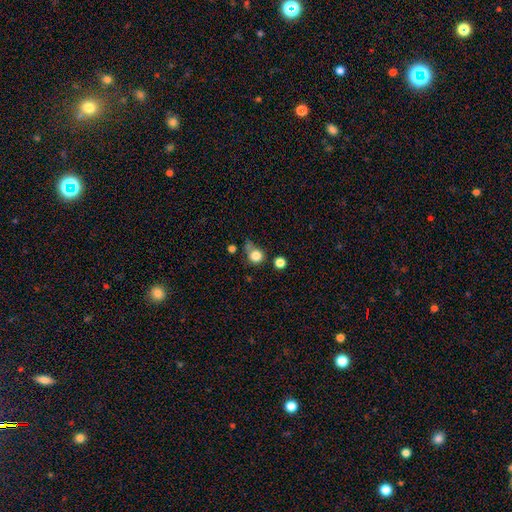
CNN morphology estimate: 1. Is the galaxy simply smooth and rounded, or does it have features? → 82% smooth, 11% star or artifact, 7% featured or disk.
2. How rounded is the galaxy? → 85% round, 14% in between, 1% cigar-shaped.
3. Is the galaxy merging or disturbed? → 49% none, 23% minor disturbance, 15% merger, 13% major disturbance.